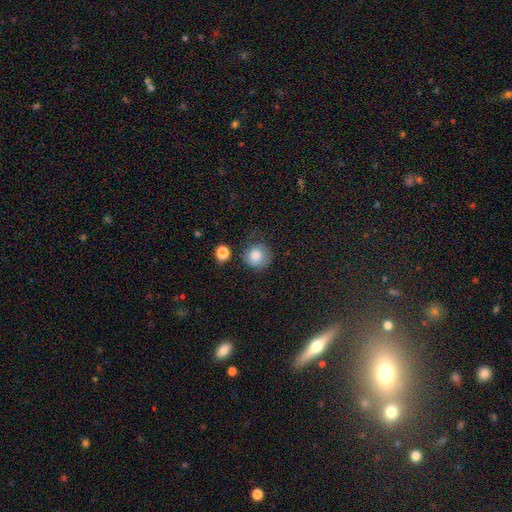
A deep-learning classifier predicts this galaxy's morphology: Smooth or featured? Predicted: smooth (p=0.81). How rounded? Predicted: round (p=0.89). Merging? Predicted: none (p=0.64).